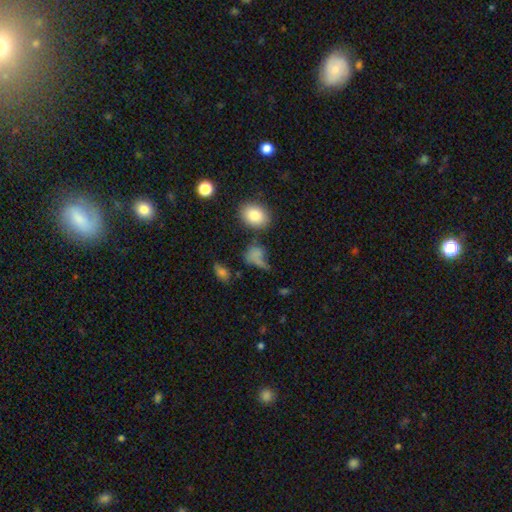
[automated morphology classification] The model was most divided on "merging": none: 36%, major disturbance: 28%, minor disturbance: 22%, merger: 15%. More confident: smooth or featured — smooth (69%); how rounded — in between (59%).